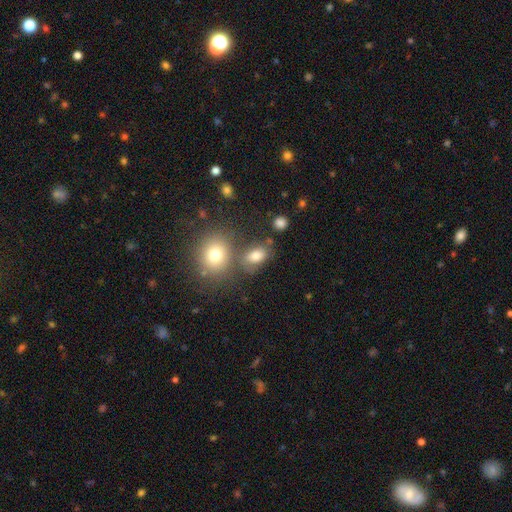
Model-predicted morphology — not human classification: Smooth or featured: smooth — 76% (star or artifact — 13%)
How rounded: in between — 78% (round — 20%)
Merging: none — 60% (merger — 17%)